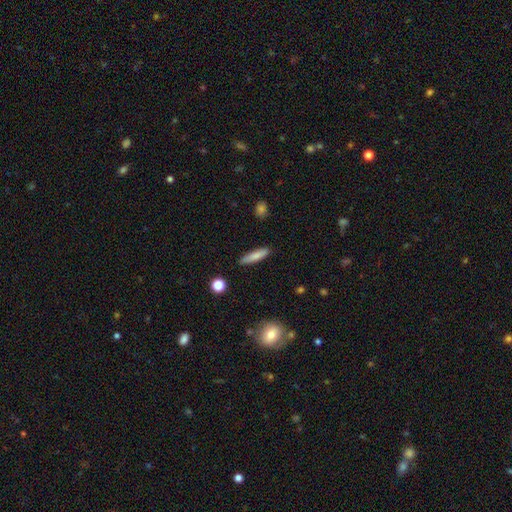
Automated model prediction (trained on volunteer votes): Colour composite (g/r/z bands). It shows a smooth galaxy with no disk features (80%) that is cigar-shaped (82%). Merging: none (88%).